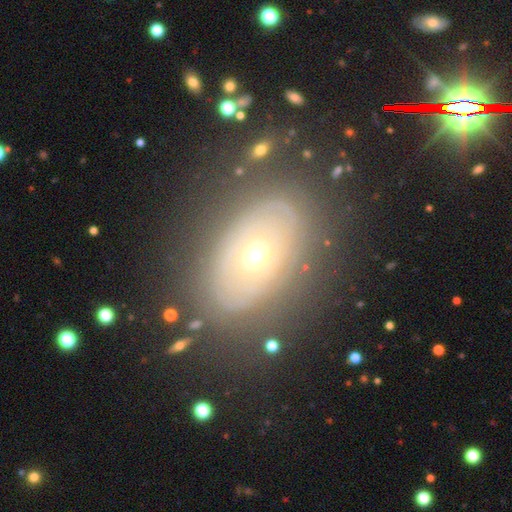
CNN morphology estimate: Smooth or featured: featured or disk — 61% (smooth — 27%)
Edge-on disk: no — 91% (yes — 9%)
Bar: no — 87% (weak — 9%)
Spiral arms: no — 55% (yes — 45%)
Bulge size: small — 53% (moderate — 42%)
Merging: none — 76% (minor disturbance — 14%)